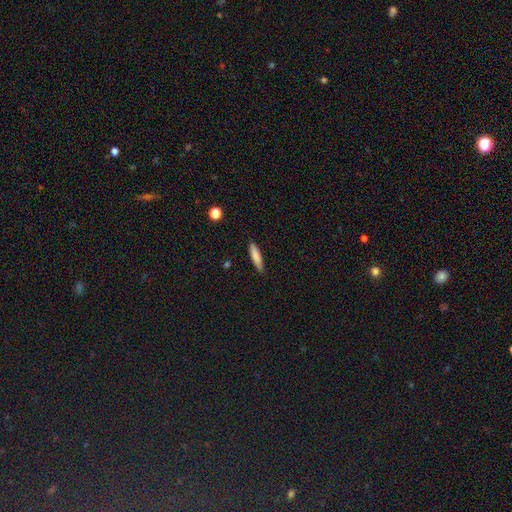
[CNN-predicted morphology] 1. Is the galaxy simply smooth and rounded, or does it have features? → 82% smooth, 11% featured or disk, 7% star or artifact.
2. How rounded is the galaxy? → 81% cigar-shaped, 18% in between, 1% round.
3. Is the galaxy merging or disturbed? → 87% none, 9% minor disturbance, 2% major disturbance, 1% merger.